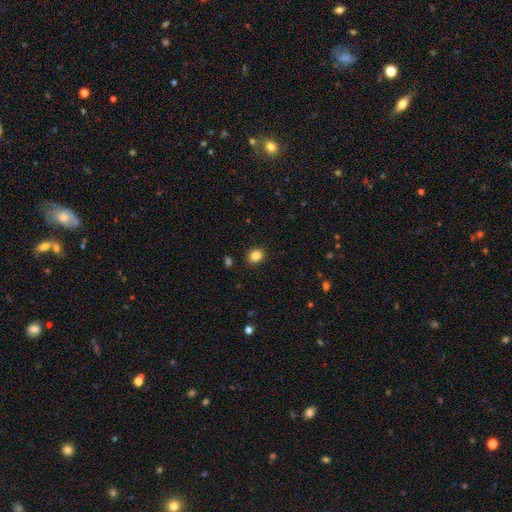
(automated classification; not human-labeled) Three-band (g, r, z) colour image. It shows a smooth galaxy with no disk features (85%) that is round (57%). Merging: none (90%).